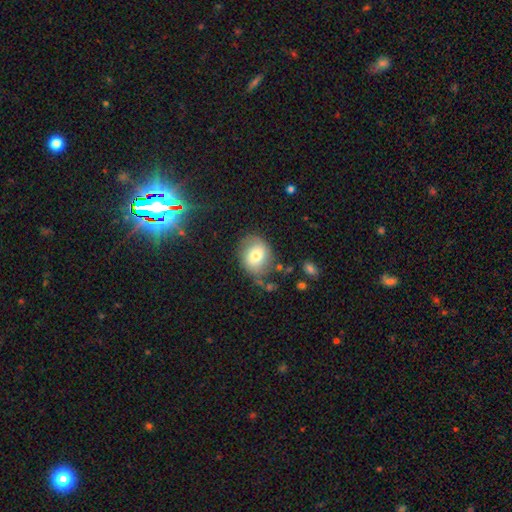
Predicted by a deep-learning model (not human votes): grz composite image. It shows a smooth galaxy with no disk features (69%) that is round (60%). Merging: none (70%).